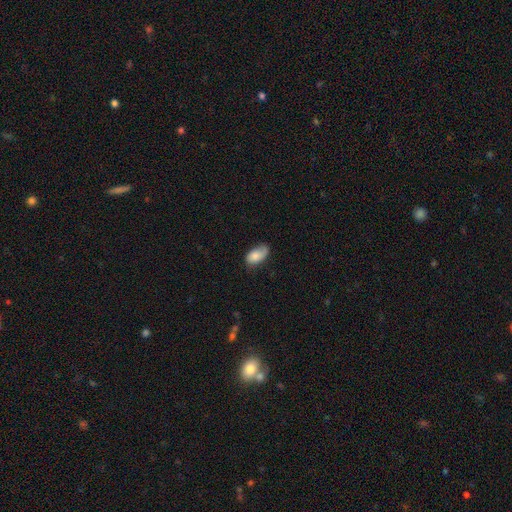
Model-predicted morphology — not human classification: The model was most divided on "merging": none: 53%, minor disturbance: 34%, major disturbance: 11%, merger: 2%. More confident: how rounded — in between (93%); smooth or featured — smooth (76%).